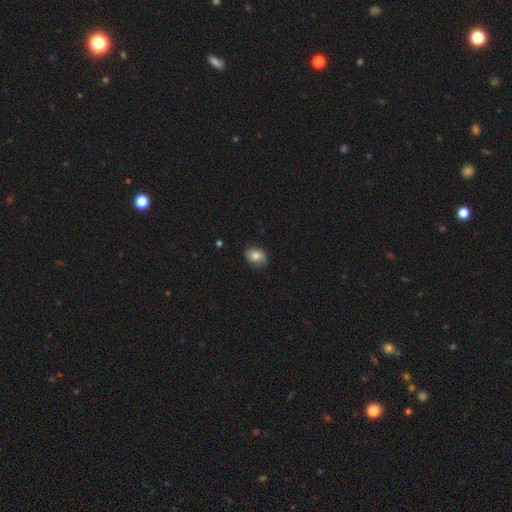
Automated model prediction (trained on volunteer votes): smooth_or_featured: smooth (p=0.71) [alt: featured or disk p=0.21]
how_rounded: in between (p=0.68) [alt: round p=0.30]
merging: none (p=0.77) [alt: minor disturbance p=0.18]